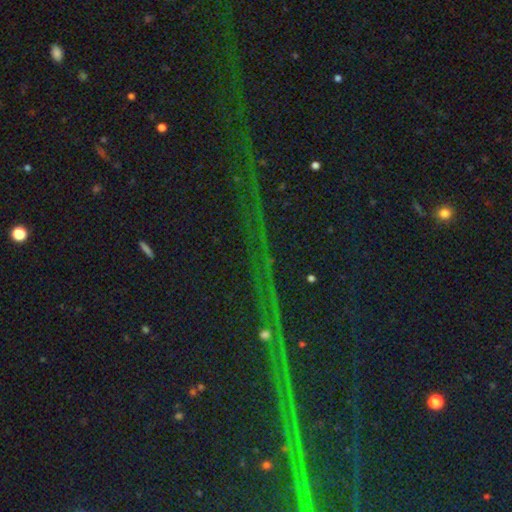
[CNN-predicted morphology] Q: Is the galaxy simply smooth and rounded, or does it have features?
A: star or artifact — 86%.